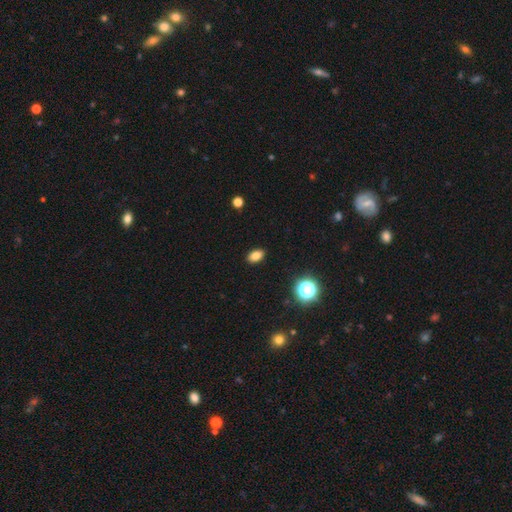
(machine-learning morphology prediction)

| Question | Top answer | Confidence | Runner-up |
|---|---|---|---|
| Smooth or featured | smooth | 81% | star or artifact (12%) |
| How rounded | in between | 87% | round (11%) |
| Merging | none | 90% | minor disturbance (7%) |